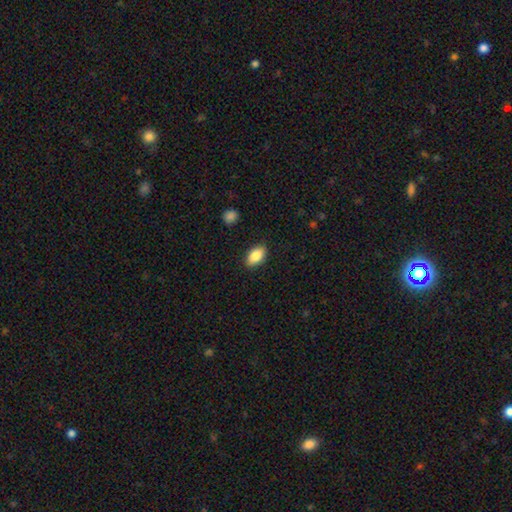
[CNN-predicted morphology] type=smooth (86%); roundness=in between (92%); merging=none (87%).